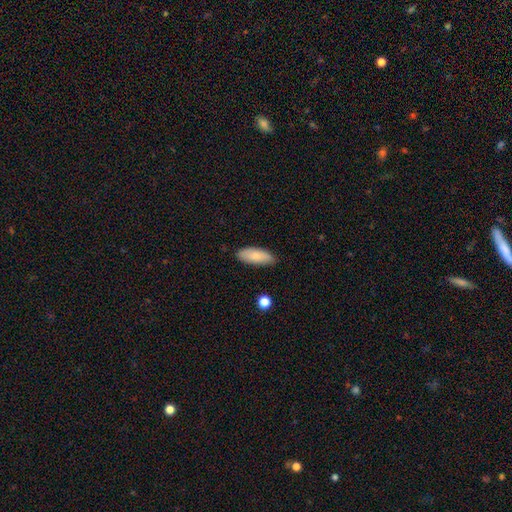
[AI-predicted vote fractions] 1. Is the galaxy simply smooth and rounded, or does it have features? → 81% smooth, 12% featured or disk, 6% star or artifact.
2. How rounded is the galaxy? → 77% in between, 21% cigar-shaped, 2% round.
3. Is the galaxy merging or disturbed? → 80% none, 16% minor disturbance, 2% major disturbance, 1% merger.